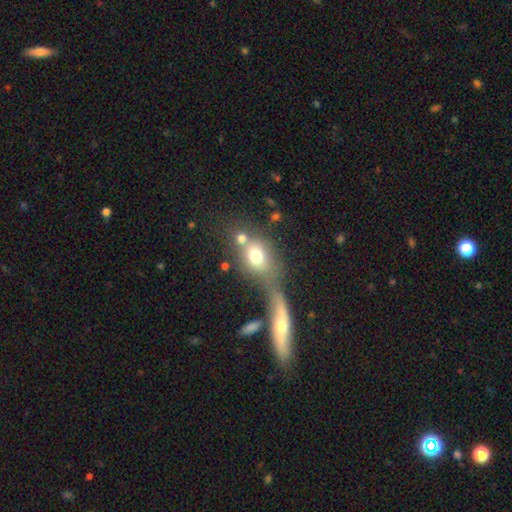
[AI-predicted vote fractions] Smooth or featured: smooth — 69% (featured or disk — 18%)
How rounded: round — 49% (in between — 46%)
Merging: merger — 47% (none — 34%)